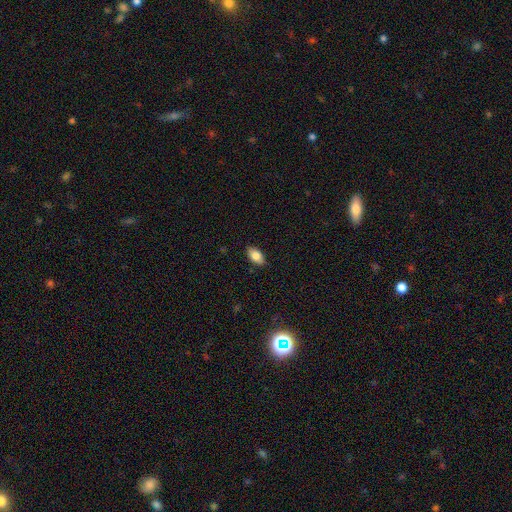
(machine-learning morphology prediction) Q: Smooth or featured?
A: smooth (82%); runner-up: featured or disk (10%)
Q: How rounded?
A: in between (92%); runner-up: round (5%)
Q: Merging?
A: none (87%); runner-up: minor disturbance (10%)